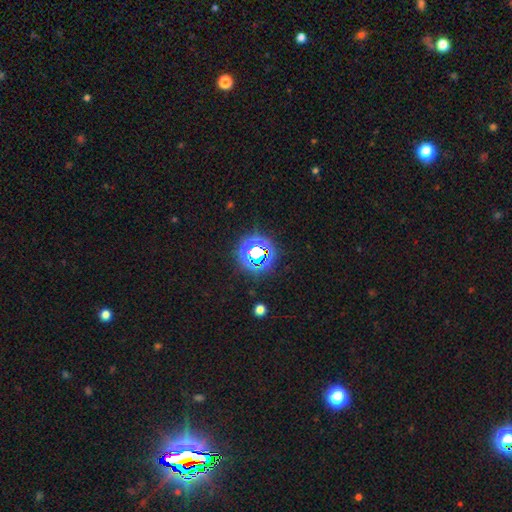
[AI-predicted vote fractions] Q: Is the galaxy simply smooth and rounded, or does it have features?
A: star or artifact — 74%.